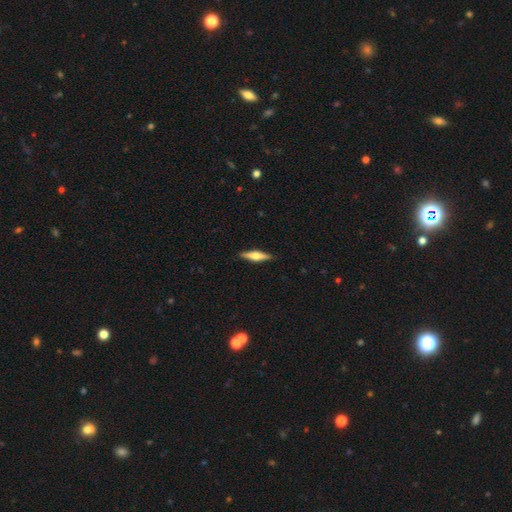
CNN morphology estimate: Smooth or featured? Predicted: featured or disk (p=0.56). Edge-on disk? Predicted: yes (p=0.96). Edge-on bulge? Predicted: rounded (p=0.90). Merging? Predicted: none (p=0.90).